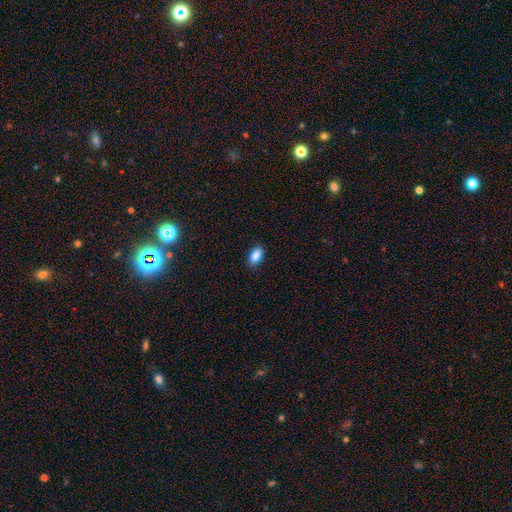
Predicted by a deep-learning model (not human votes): Overall: smooth (88%). How rounded: in between (92%). Merging: none (89%).